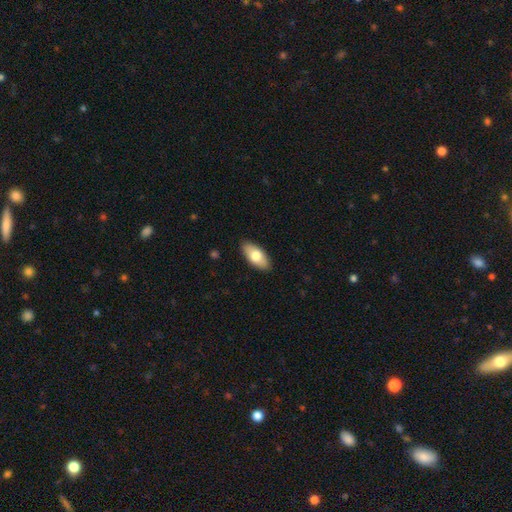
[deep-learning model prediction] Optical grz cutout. It shows a smooth galaxy with no disk features (74%) that is in between round and cigar-shaped (90%). Merging: none (89%).